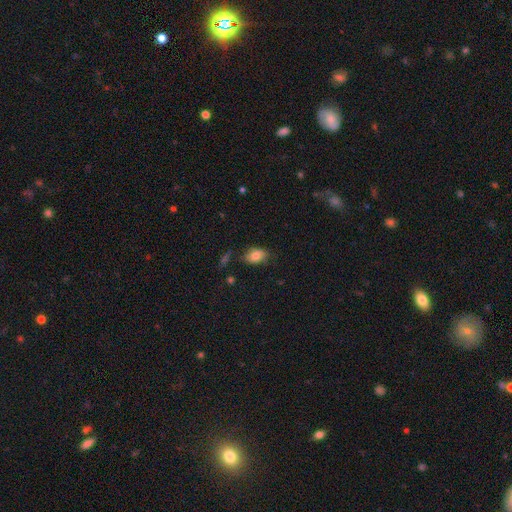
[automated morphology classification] A smooth galaxy with no disk features (76%) that is in between round and cigar-shaped (83%).

Vote fractions:
- Smooth or featured? smooth: 76% / featured or disk: 15% / star or artifact: 9%
- How rounded? in between: 83% / round: 15% / cigar-shaped: 1%
- Merging? none: 68% / minor disturbance: 23% / major disturbance: 6% / merger: 3%